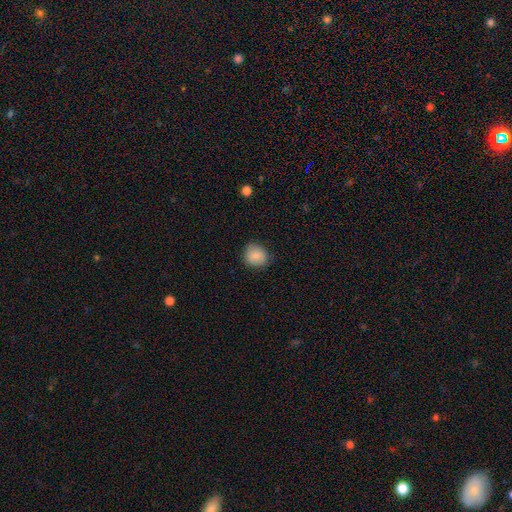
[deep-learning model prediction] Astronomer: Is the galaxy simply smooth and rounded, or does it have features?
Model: smooth — 85%.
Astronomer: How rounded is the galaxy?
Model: round — 77%.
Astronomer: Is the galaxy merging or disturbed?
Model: none — 79%.